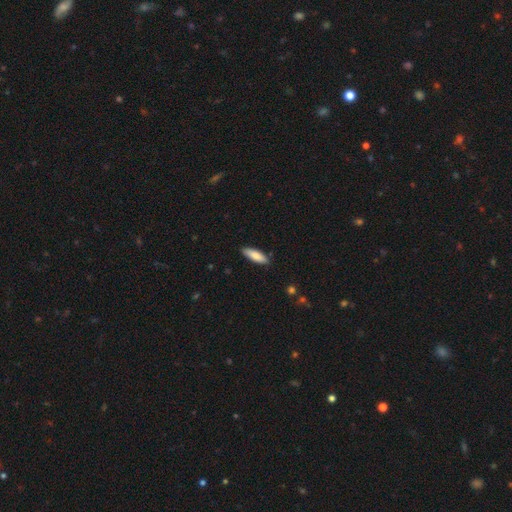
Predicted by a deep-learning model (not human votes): Smooth or featured: smooth — 83% (featured or disk — 12%)
How rounded: in between — 50% (cigar-shaped — 49%)
Merging: none — 87% (minor disturbance — 10%)